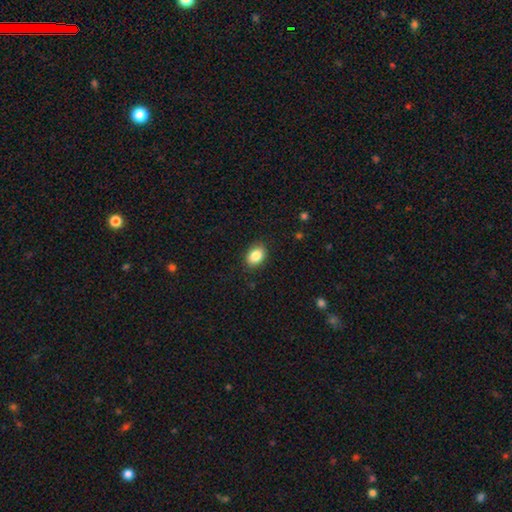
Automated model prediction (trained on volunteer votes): A smooth galaxy with no disk features (87%) that is in between round and cigar-shaped (77%).

Vote fractions:
- Smooth or featured? smooth: 87% / star or artifact: 8% / featured or disk: 5%
- How rounded? in between: 77% / round: 22% / cigar-shaped: 1%
- Merging? none: 88% / minor disturbance: 9% / major disturbance: 2% / merger: 1%